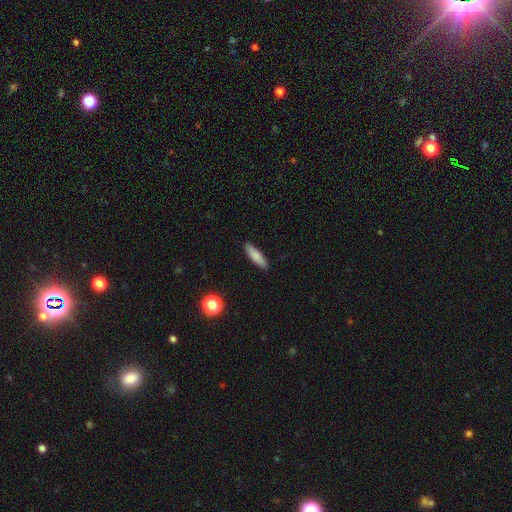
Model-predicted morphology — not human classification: This appears to be a smooth galaxy with no disk features (82%) that is cigar-shaped (68%). Merging: none (88%).